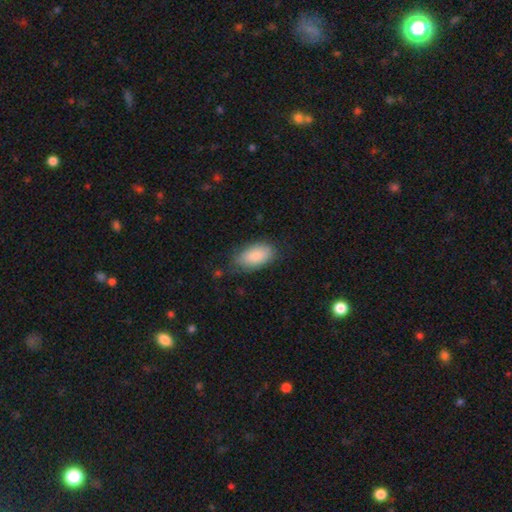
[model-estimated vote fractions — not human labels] Smooth or featured? smooth (85%)
How rounded? in between (94%)
Merging? none (71%)